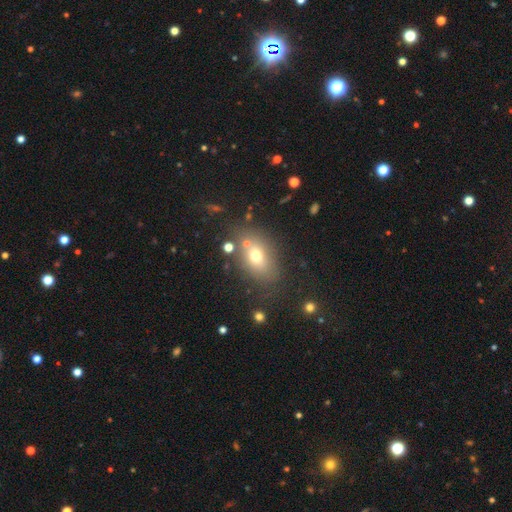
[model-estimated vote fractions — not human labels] This appears to be a smooth galaxy with no disk features (68%) that is in between round and cigar-shaped (73%). Merging: none (70%).